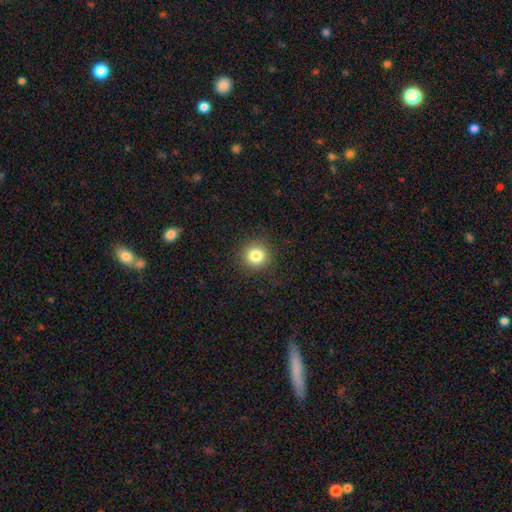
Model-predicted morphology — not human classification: Overall: smooth (82%). How rounded: round (93%). Merging: none (90%).